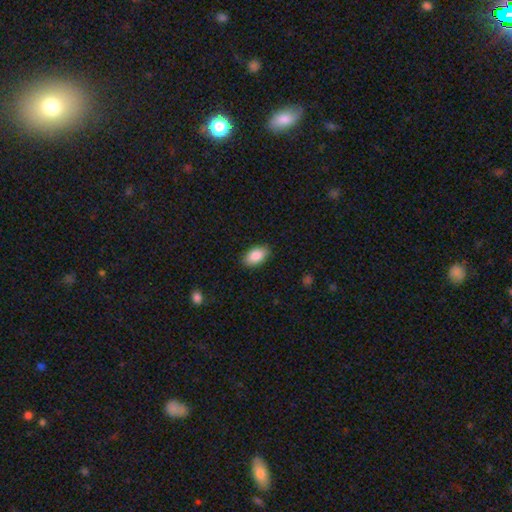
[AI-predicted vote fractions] smooth_or_featured: smooth (p=0.88) [alt: star or artifact p=0.06]
how_rounded: in between (p=0.94) [alt: round p=0.04]
merging: none (p=0.88) [alt: minor disturbance p=0.09]